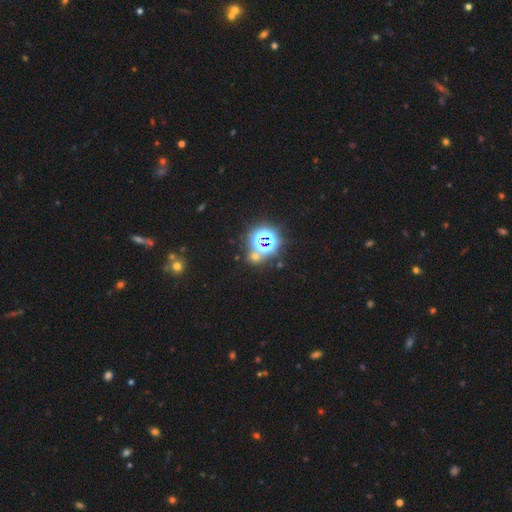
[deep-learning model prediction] Smooth or featured? Predicted: star or artifact (p=0.65).